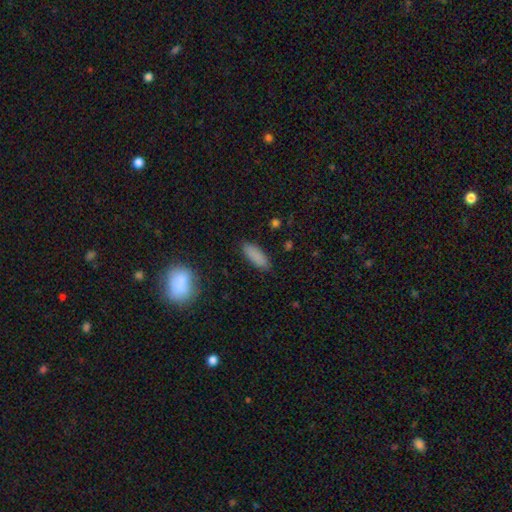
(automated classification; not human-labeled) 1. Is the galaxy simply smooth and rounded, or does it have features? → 87% smooth, 8% star or artifact, 6% featured or disk.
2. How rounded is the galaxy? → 65% in between, 33% cigar-shaped, 2% round.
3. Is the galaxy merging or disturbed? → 87% none, 10% minor disturbance, 2% major disturbance, 1% merger.